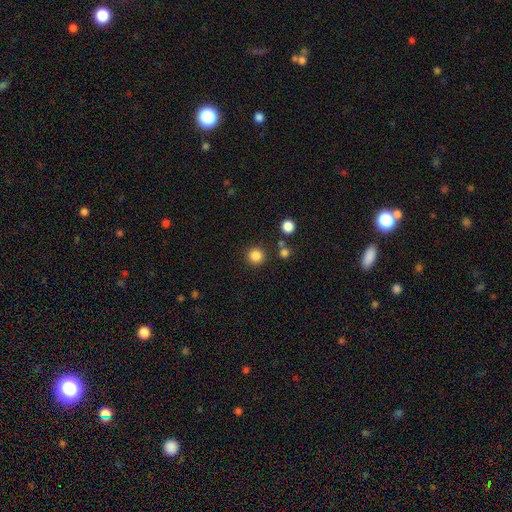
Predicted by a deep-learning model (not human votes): This is clearly a smooth galaxy (85%). How rounded: clearly round (95%). Merging: clearly none (88%).